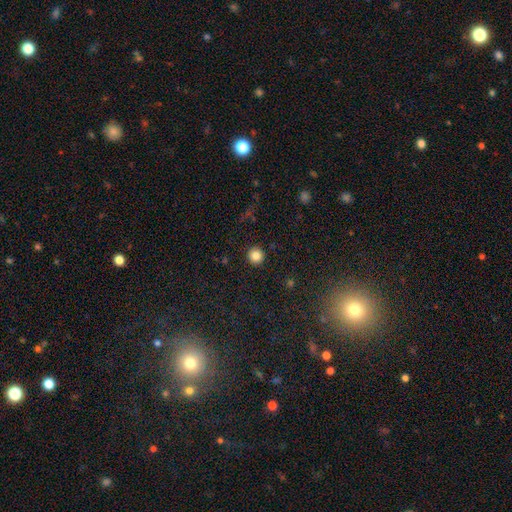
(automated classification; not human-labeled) Overall: smooth (84%). How rounded: round (95%). Merging: none (93%).